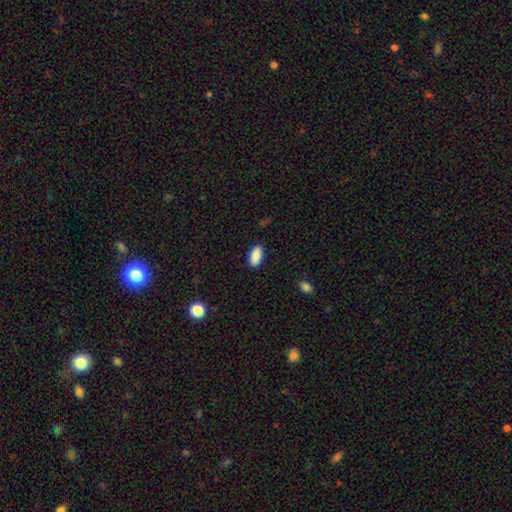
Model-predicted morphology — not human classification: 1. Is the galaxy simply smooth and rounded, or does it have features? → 89% smooth, 7% star or artifact, 4% featured or disk.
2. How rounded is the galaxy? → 92% in between, 5% cigar-shaped, 2% round.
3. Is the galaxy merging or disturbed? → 88% none, 9% minor disturbance, 2% major disturbance, 1% merger.